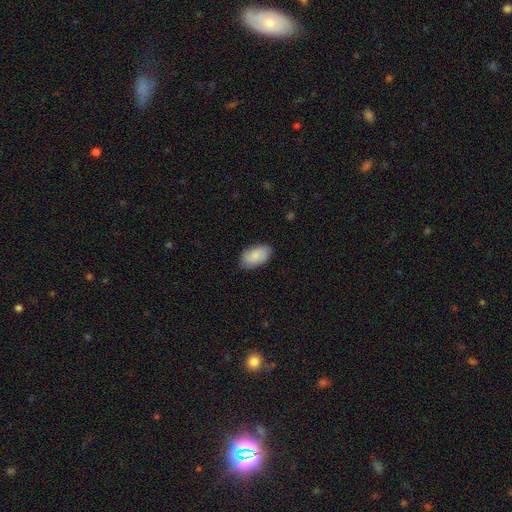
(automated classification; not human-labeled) Smooth or featured? Predicted: smooth (p=0.84). How rounded? Predicted: in between (p=0.95). Merging? Predicted: none (p=0.83).